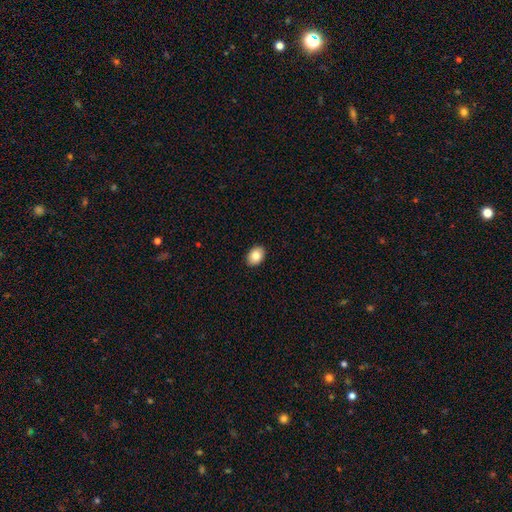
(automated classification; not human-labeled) This is clearly a smooth galaxy (85%). How rounded: likely in between (79%). Merging: clearly none (91%).